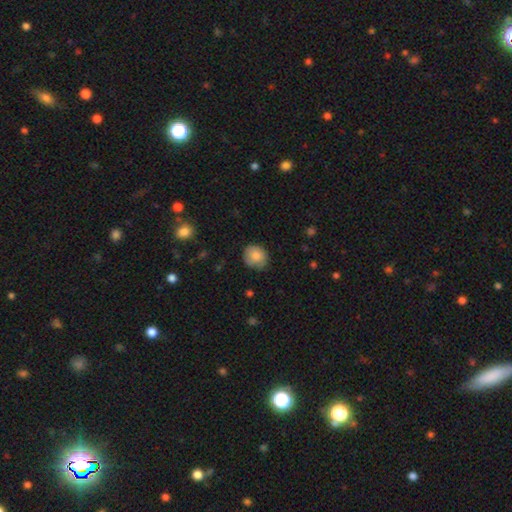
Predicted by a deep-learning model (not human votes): Smooth or featured: smooth — 82% (featured or disk — 11%)
How rounded: round — 79% (in between — 20%)
Merging: none — 75% (minor disturbance — 20%)